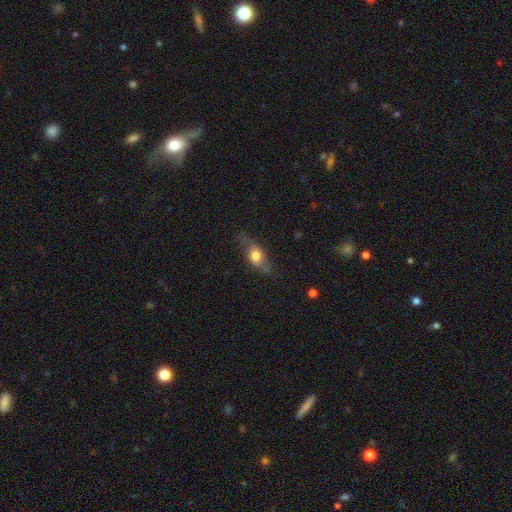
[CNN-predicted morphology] type=smooth (59%); roundness=in between (72%); merging=none (61%).